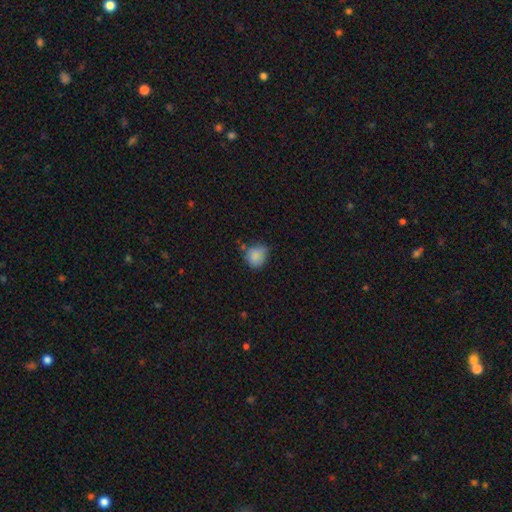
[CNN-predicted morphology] Smooth or featured? Predicted: smooth (p=0.83). How rounded? Predicted: round (p=0.68). Merging? Predicted: none (p=0.51).